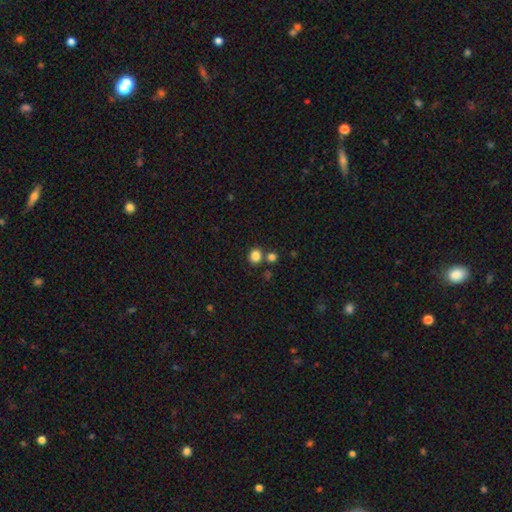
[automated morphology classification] A smooth galaxy with no disk features (84%) that is round (74%).

Vote fractions:
- Smooth or featured? smooth: 84% / star or artifact: 12% / featured or disk: 4%
- How rounded? round: 74% / in between: 25% / cigar-shaped: 1%
- Merging? none: 73% / merger: 16% / minor disturbance: 8% / major disturbance: 3%